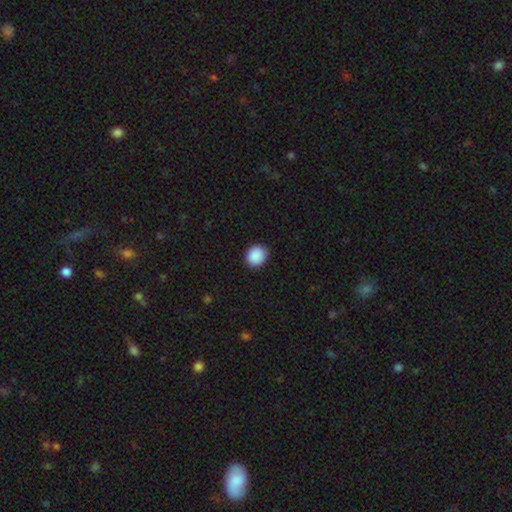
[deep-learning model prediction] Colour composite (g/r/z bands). It shows a smooth galaxy with no disk features (90%) that is round (77%). Merging: none (89%).